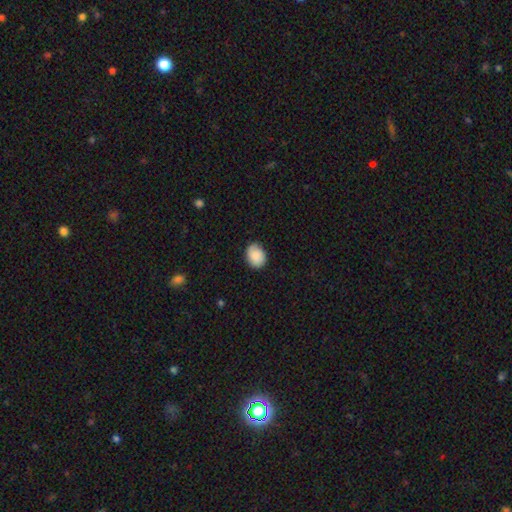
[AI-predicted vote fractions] The model was most divided on "how rounded": in between: 58%, round: 41%, cigar-shaped: 1%. More confident: smooth or featured — smooth (84%); merging — none (77%).